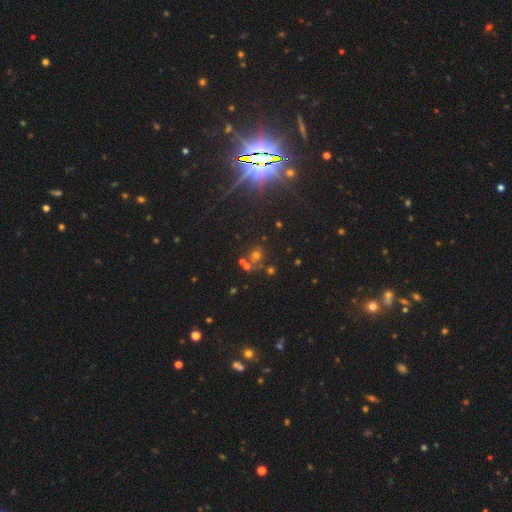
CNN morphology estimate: Overall: star or artifact (77%).